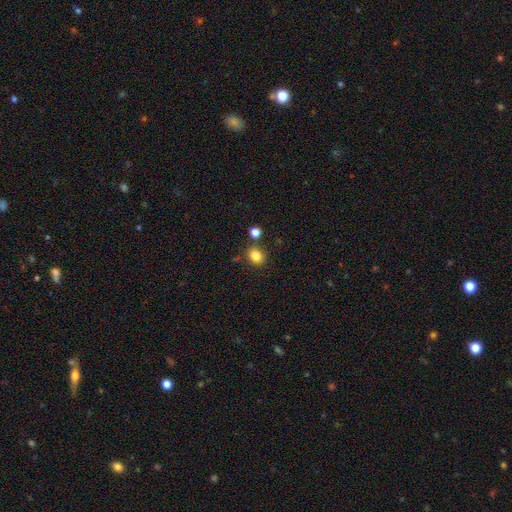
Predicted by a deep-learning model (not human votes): smooth-or-featured: smooth: 82% | star or artifact: 12% | featured or disk: 6%
  how-rounded: round: 56% | in between: 43% | cigar-shaped: 1%
  merging: none: 79% | minor disturbance: 10% | merger: 8% | major disturbance: 3%